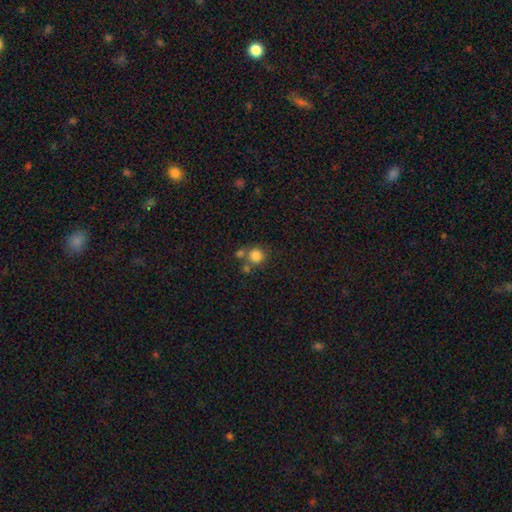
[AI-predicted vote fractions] A smooth galaxy with no disk features (82%) that is round (92%).

Vote fractions:
- Smooth or featured? smooth: 82% / star or artifact: 12% / featured or disk: 6%
- How rounded? round: 92% / in between: 7% / cigar-shaped: 1%
- Merging? none: 64% / merger: 23% / minor disturbance: 9% / major disturbance: 4%